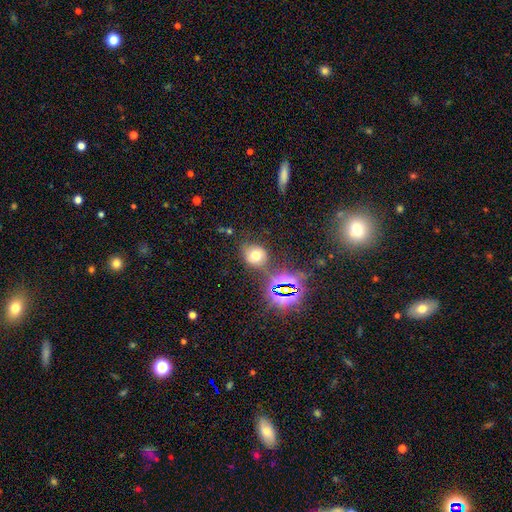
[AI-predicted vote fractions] A smooth galaxy with no disk features (60%) that is round (70%).

Vote fractions:
- Smooth or featured? smooth: 60% / star or artifact: 25% / featured or disk: 15%
- How rounded? round: 70% / in between: 28% / cigar-shaped: 1%
- Merging? none: 68% / minor disturbance: 18% / merger: 7% / major disturbance: 7%